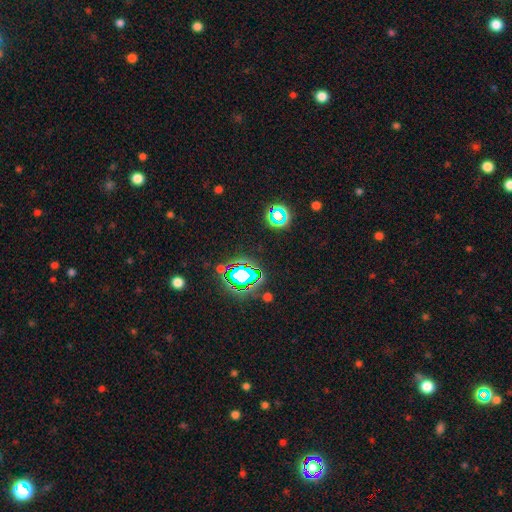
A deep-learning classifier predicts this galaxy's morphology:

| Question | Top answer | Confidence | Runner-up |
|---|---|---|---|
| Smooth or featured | star or artifact | 76% | smooth (16%) |